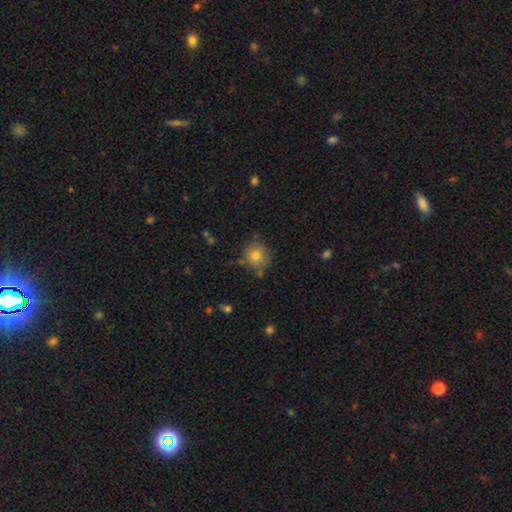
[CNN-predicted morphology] smooth_or_featured: smooth (p=0.78) [alt: featured or disk p=0.12]
how_rounded: round (p=0.90) [alt: in between p=0.09]
merging: none (p=0.73) [alt: minor disturbance p=0.18]